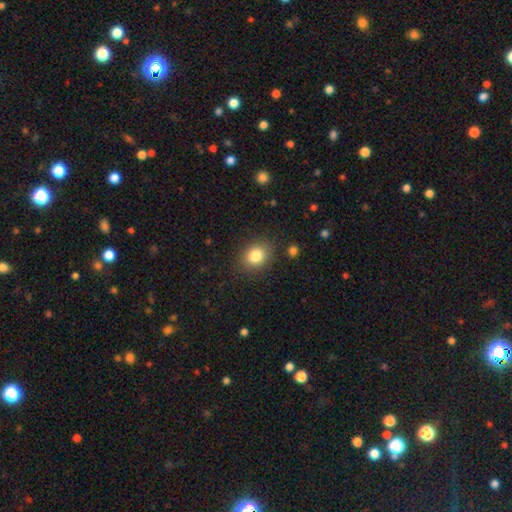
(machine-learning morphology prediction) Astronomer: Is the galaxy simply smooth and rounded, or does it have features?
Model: smooth — 83%.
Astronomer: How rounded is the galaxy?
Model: round — 56% (runner-up: in between, 43%).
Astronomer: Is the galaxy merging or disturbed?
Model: none — 85%.